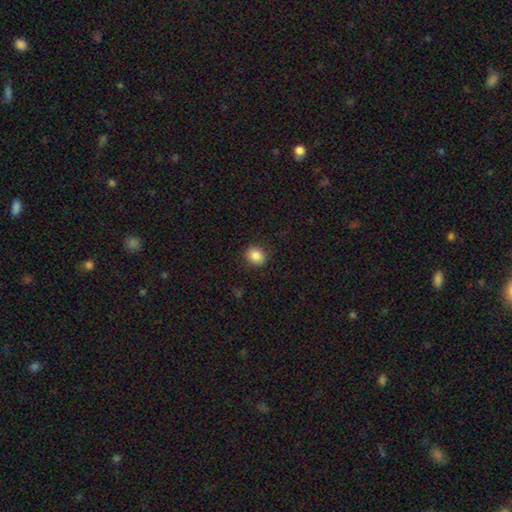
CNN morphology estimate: smooth 85%, star or artifact 10%, featured or disk 5%. Down the decision tree: how rounded — round (75%); merging — none (90%).